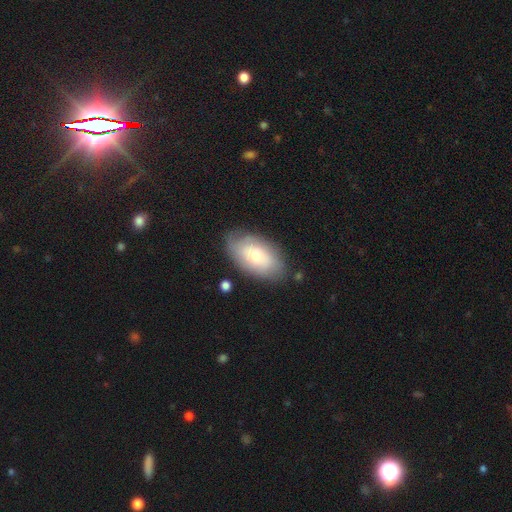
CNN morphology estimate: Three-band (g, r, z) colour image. It shows a smooth galaxy with no disk features (56%) that is in between round and cigar-shaped (92%). Merging: none (76%).